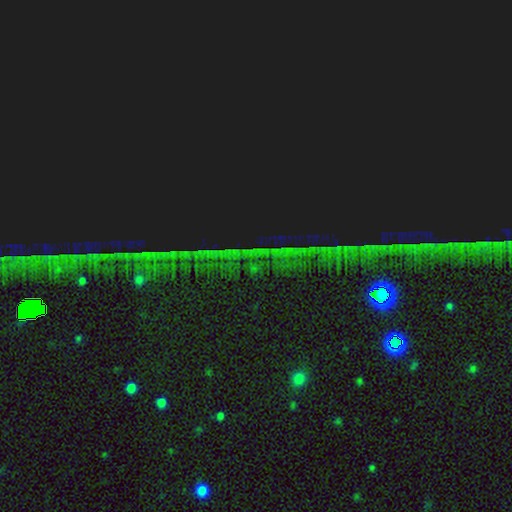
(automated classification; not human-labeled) Smooth or featured? star or artifact (87%)